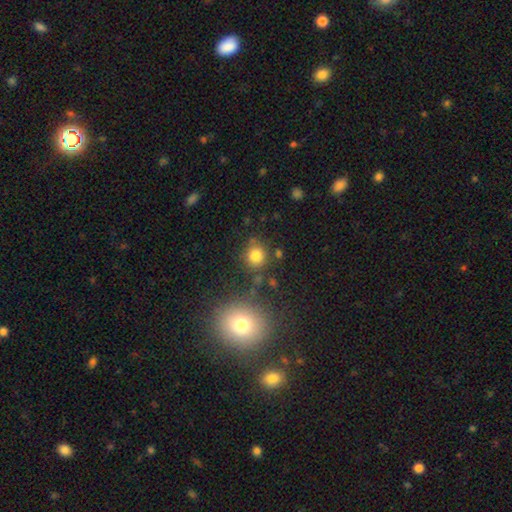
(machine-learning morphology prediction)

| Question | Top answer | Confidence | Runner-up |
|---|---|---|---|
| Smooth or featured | smooth | 79% | star or artifact (14%) |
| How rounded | round | 86% | in between (13%) |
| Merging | none | 78% | minor disturbance (10%) |